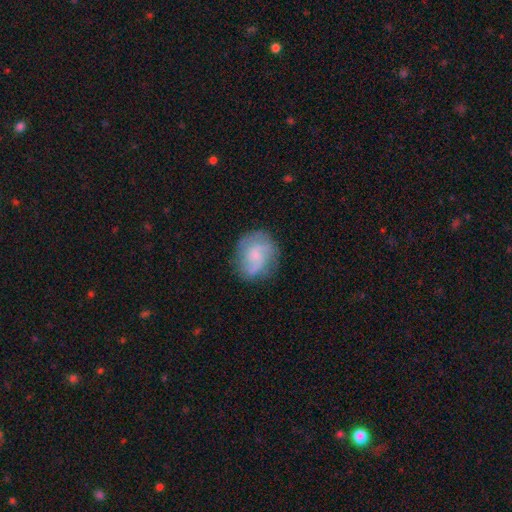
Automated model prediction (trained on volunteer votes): The model was most divided on "smooth or featured": featured or disk: 48%, smooth: 44%, star or artifact: 8%. More confident: merging — none (66%).